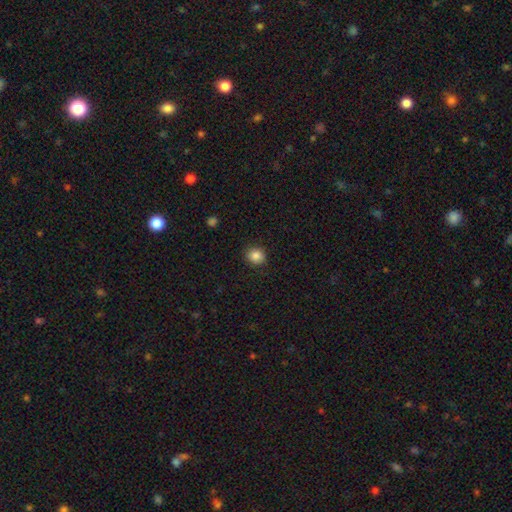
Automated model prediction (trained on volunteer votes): smooth-or-featured: smooth: 85% | star or artifact: 10% | featured or disk: 5%
  how-rounded: round: 81% | in between: 18% | cigar-shaped: 1%
  merging: none: 88% | minor disturbance: 9% | major disturbance: 2% | merger: 1%